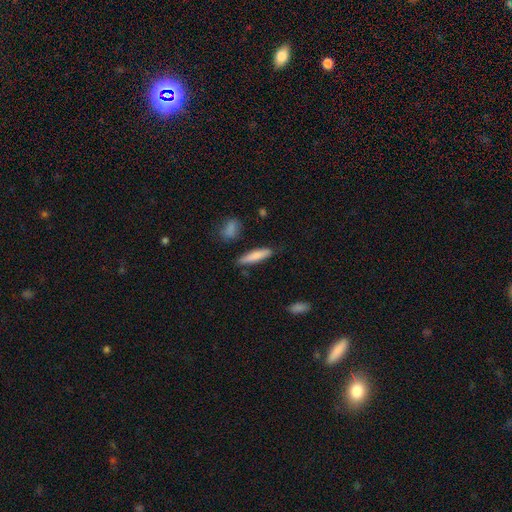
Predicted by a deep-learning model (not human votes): Smooth or featured: smooth — 79% (featured or disk — 15%)
How rounded: cigar-shaped — 79% (in between — 19%)
Merging: none — 82% (minor disturbance — 12%)